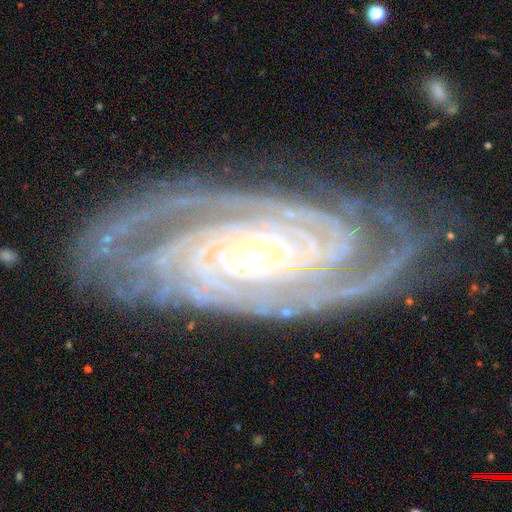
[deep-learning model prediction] Overall: featured or disk (92%). Edge-on disk: no (95%). Bar: no (69%). Spiral arms: yes (99%). Spiral arm count: 4 (23%; 3 22%). Spiral winding: tight (83%). Bulge size: small (70%). Merging: none (80%).